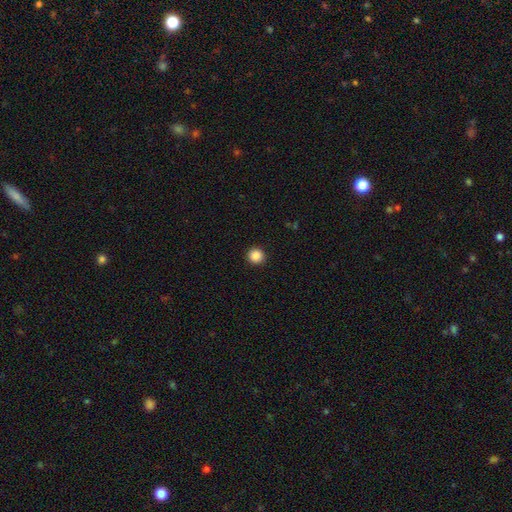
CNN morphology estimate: Smooth or featured?
  - smooth: 87% *
  - star or artifact: 10%
  - featured or disk: 3%
How rounded?
  - round: 95% *
  - in between: 4%
  - cigar-shaped: 1%
Merging?
  - none: 93% *
  - minor disturbance: 5%
  - major disturbance: 2%
  - merger: 1%